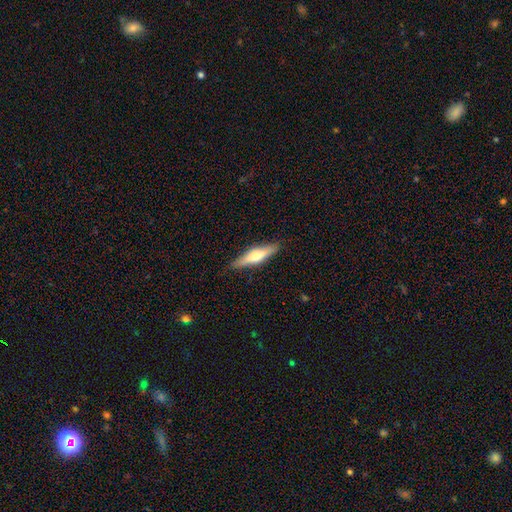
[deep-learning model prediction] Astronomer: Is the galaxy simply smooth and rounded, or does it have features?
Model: featured or disk — 49% (runner-up: smooth, 45%).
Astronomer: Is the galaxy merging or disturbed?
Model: none — 87%.